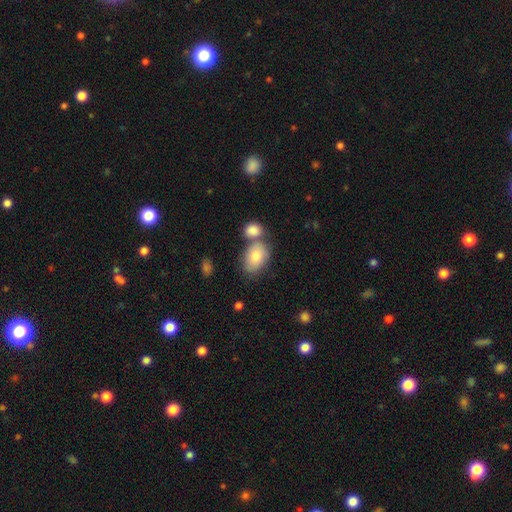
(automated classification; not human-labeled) Smooth or featured: smooth — 80% (featured or disk — 12%)
How rounded: in between — 85% (round — 14%)
Merging: none — 49% (merger — 34%)